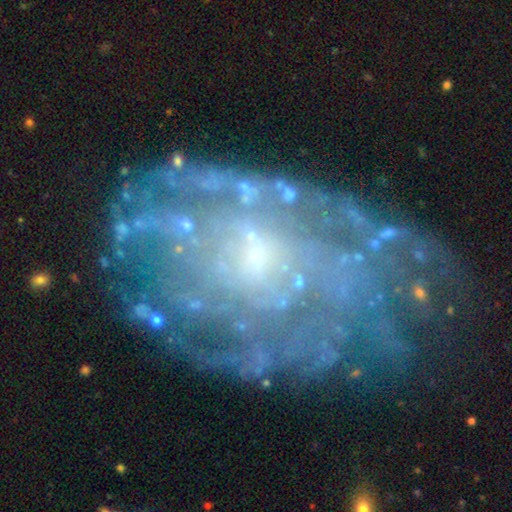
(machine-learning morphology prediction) This appears to be a featured or disk galaxy (79%) with no bar (75%), tight (68%) spiral arms (75%) and a small central bulge (60%). Merging: none (71%).